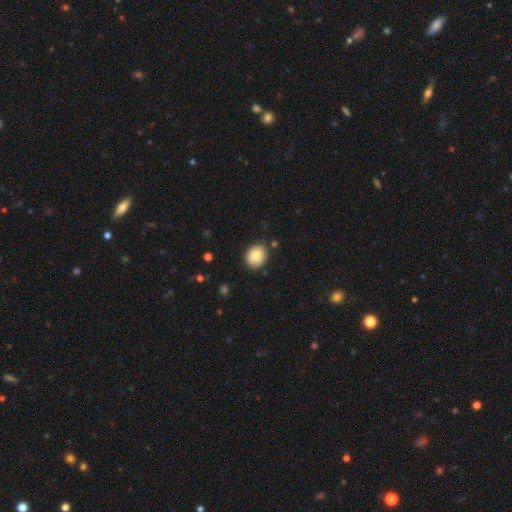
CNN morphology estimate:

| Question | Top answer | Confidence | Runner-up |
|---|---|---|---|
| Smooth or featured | smooth | 84% | star or artifact (8%) |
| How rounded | round | 61% | in between (38%) |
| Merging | none | 85% | minor disturbance (11%) |